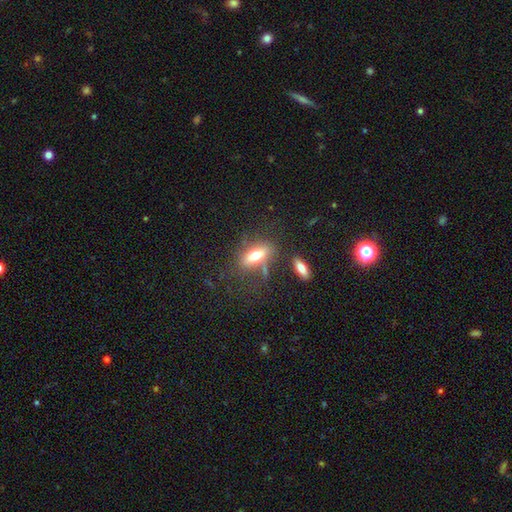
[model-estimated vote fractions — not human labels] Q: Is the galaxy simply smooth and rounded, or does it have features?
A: smooth — 65%.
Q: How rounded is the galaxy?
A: in between — 75%.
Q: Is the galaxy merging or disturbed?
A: none — 65%.